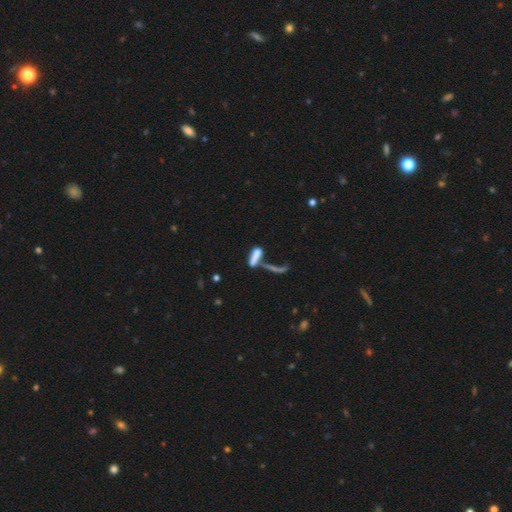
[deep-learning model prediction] Smooth or featured: smooth — 56% (featured or disk — 31%)
How rounded: cigar-shaped — 51% (in between — 44%)
Merging: merger — 49% (none — 22%)